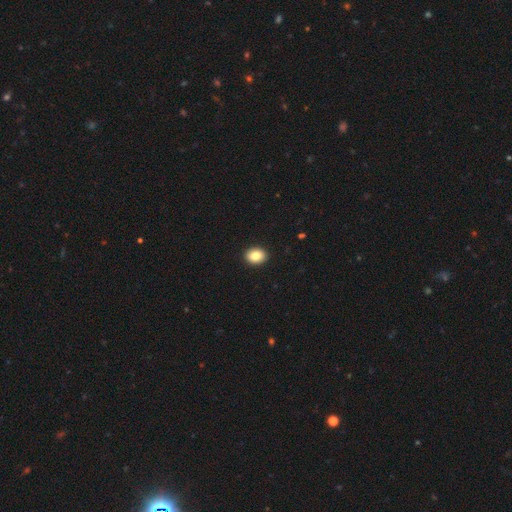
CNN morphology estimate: type=smooth (85%); roundness=in between (60%); merging=none (92%).